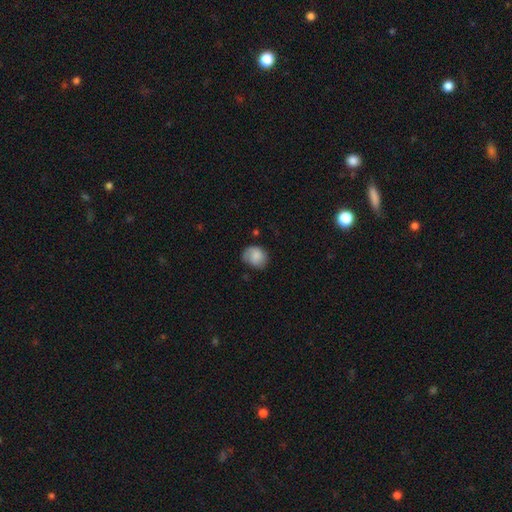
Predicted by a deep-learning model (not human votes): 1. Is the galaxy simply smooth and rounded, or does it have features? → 74% smooth, 18% featured or disk, 8% star or artifact.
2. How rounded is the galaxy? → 58% round, 42% in between, 1% cigar-shaped.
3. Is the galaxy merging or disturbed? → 56% none, 31% minor disturbance, 11% major disturbance, 2% merger.